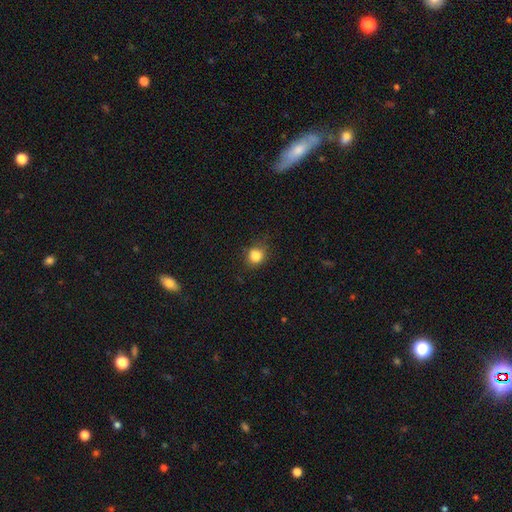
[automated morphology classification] Smooth or featured: smooth — 84% (star or artifact — 11%)
How rounded: round — 77% (in between — 22%)
Merging: none — 74% (minor disturbance — 19%)